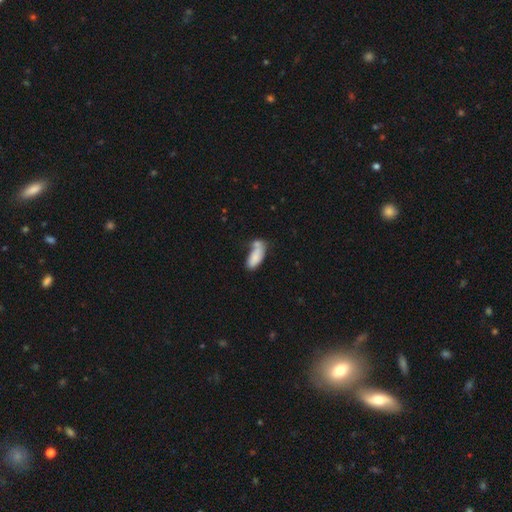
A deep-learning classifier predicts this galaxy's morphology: smooth 79%, featured or disk 14%, star or artifact 7%. Down the decision tree: how rounded — in between (79%); merging — merger (36%).